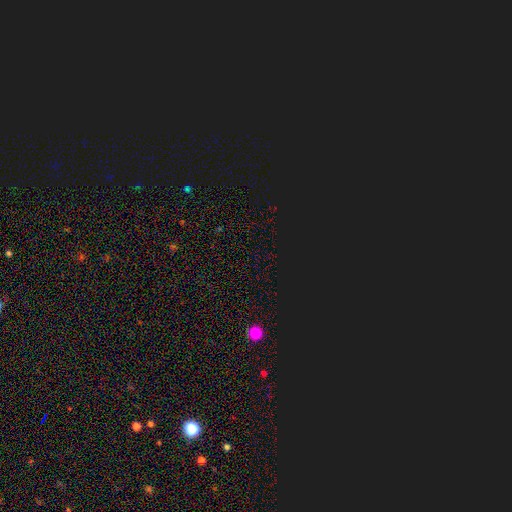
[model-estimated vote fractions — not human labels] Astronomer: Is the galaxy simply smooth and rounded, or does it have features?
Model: star or artifact — 77%.